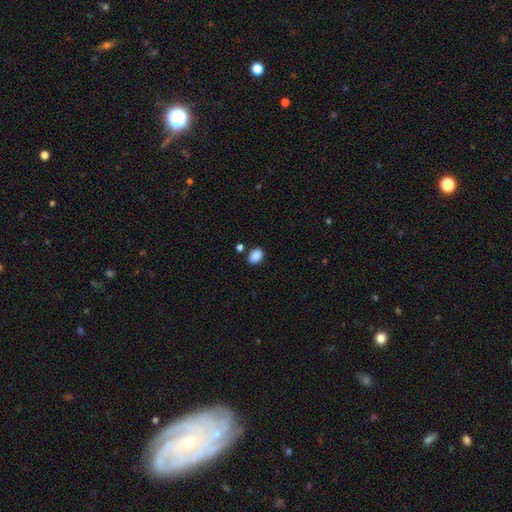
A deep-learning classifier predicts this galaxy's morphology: Q: Smooth or featured?
A: smooth (89%); runner-up: star or artifact (8%)
Q: How rounded?
A: in between (79%); runner-up: round (19%)
Q: Merging?
A: none (82%); runner-up: minor disturbance (10%)